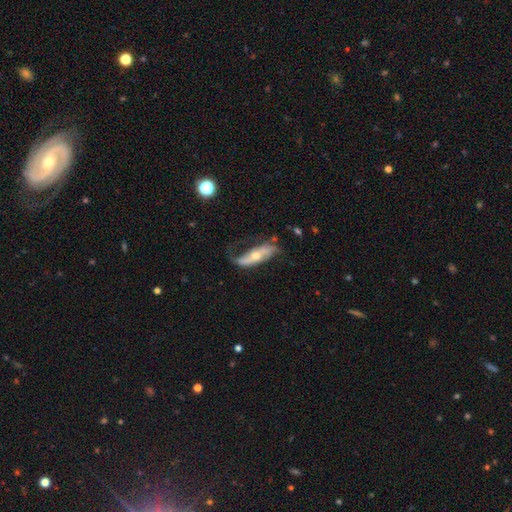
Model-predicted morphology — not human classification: smooth-or-featured: featured or disk: 68% | smooth: 26% | star or artifact: 6%
  disk-edge-on: no: 74% | yes: 26%
    bar: no: 54% | strong: 24% | weak: 22%
    has-spiral-arms: yes: 82% | no: 18%
    bulge-size: moderate: 52% | small: 42% | large: 3% | none: 1% | dominant: 1%
  merging: none: 46% | minor disturbance: 28% | major disturbance: 23% | merger: 3%